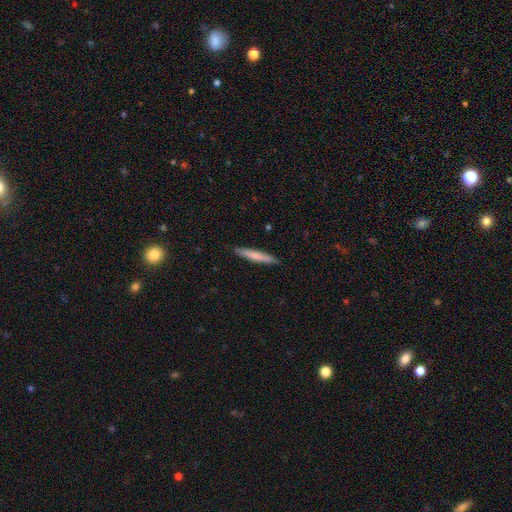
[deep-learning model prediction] This appears to be a smooth galaxy with no disk features (69%) that is cigar-shaped (95%). Merging: none (90%).